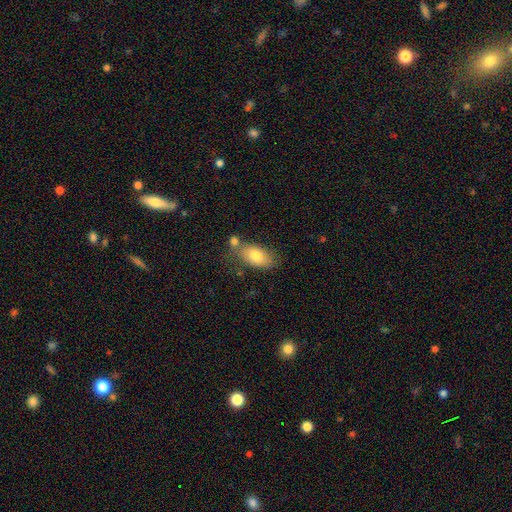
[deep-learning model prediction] Smooth or featured: smooth — 78% (featured or disk — 15%)
How rounded: in between — 90% (round — 5%)
Merging: none — 61% (merger — 17%)